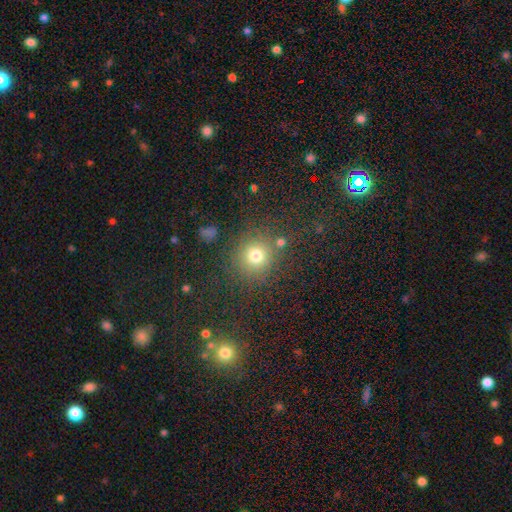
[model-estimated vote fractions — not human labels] This is likely a smooth galaxy (72%). How rounded: clearly round (89%). Merging: likely none (79%).